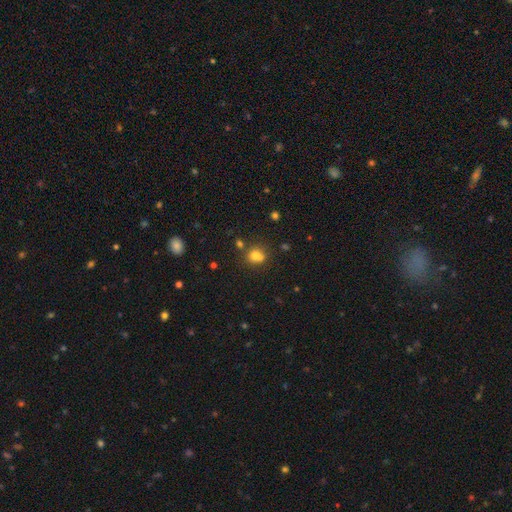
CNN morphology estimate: type=smooth (71%); roundness=round (74%); merging=none (44%).